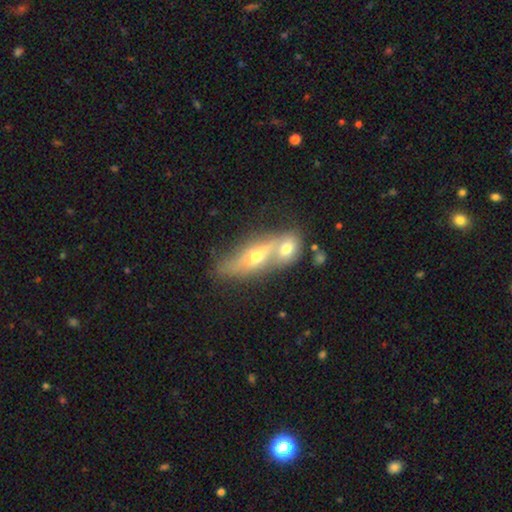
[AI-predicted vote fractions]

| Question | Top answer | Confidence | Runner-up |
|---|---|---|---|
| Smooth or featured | featured or disk | 48% | smooth (44%) |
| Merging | merger | 64% | none (23%) |